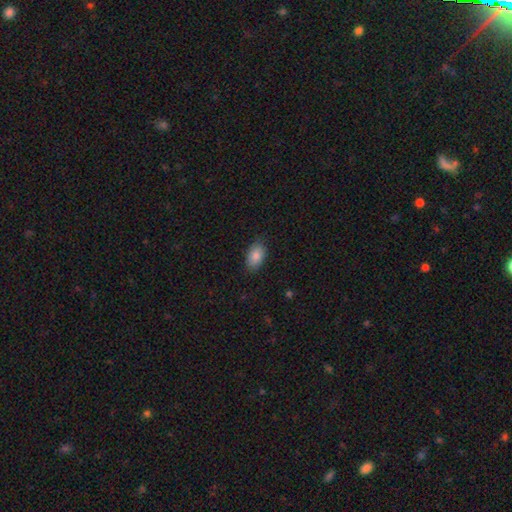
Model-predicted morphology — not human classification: This appears to be a smooth galaxy with no disk features (85%) that is in between round and cigar-shaped (91%). Merging: none (84%).